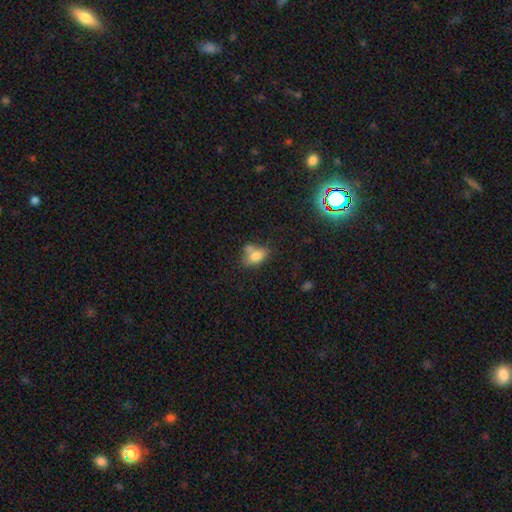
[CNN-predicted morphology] smooth_or_featured: smooth (p=0.76) [alt: featured or disk p=0.13]
how_rounded: in between (p=0.80) [alt: round p=0.17]
merging: none (p=0.44) [alt: merger p=0.28]